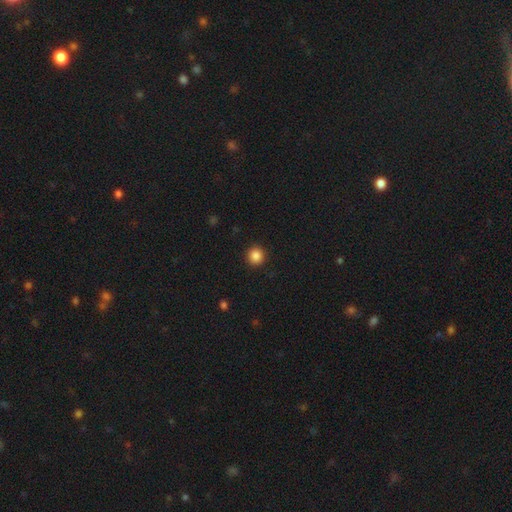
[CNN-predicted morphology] This is clearly a smooth galaxy (86%). How rounded: clearly round (94%). Merging: clearly none (92%).